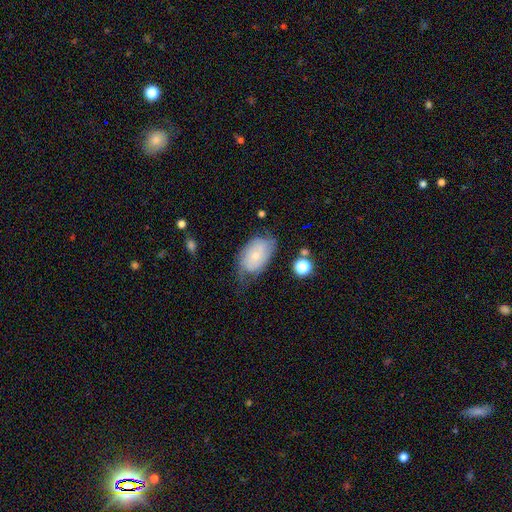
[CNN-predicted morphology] type=featured or disk (50%); merging=none (46%).